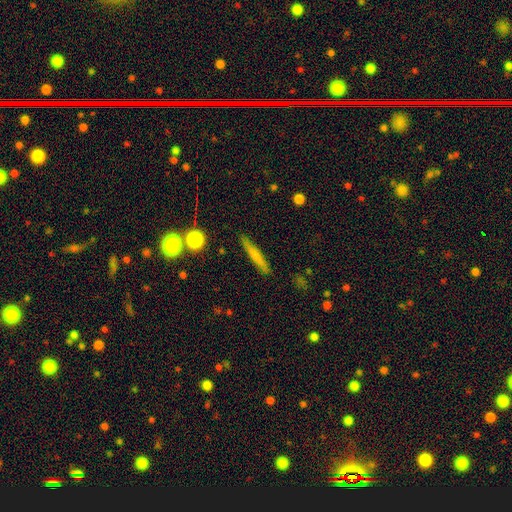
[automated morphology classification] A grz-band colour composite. It shows a smooth galaxy with no disk features (64%) that is cigar-shaped (92%). Merging: none (87%).